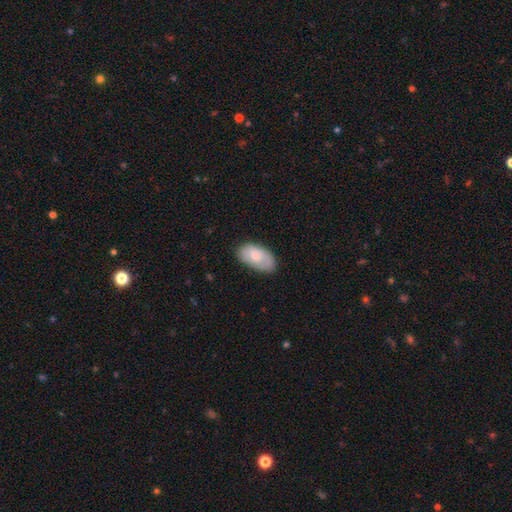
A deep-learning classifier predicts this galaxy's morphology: A smooth galaxy with no disk features (70%) that is in between round and cigar-shaped (94%). Merging: none (73%).